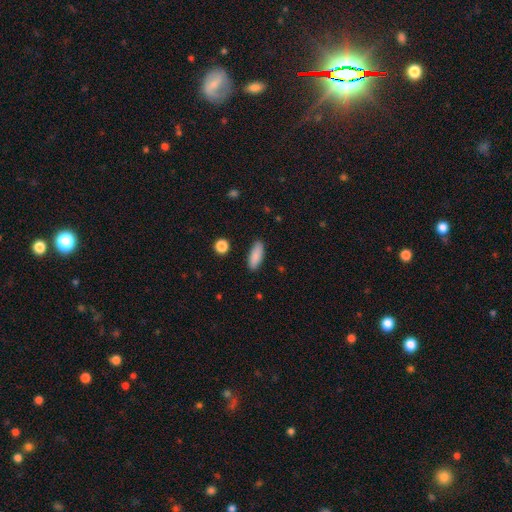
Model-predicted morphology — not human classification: Smooth or featured: smooth — 87% (star or artifact — 7%)
How rounded: in between — 70% (cigar-shaped — 28%)
Merging: none — 88% (minor disturbance — 9%)